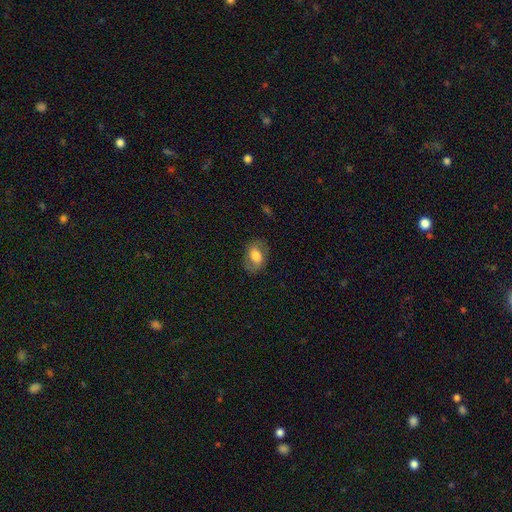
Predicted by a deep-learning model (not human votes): Smooth or featured? smooth (62%)
How rounded? in between (81%)
Merging? none (75%)